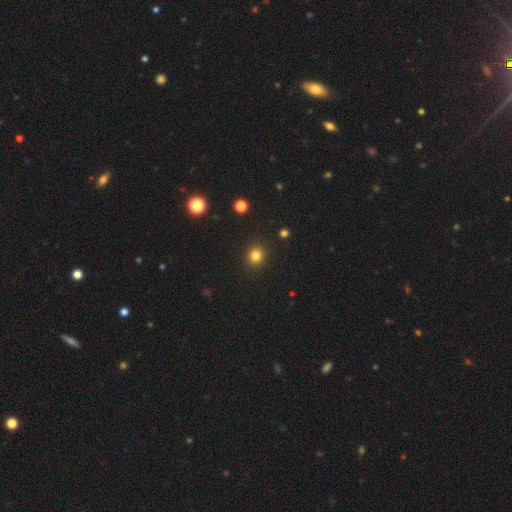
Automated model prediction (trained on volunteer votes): Smooth or featured?
  - smooth: 82% *
  - star or artifact: 13%
  - featured or disk: 5%
How rounded?
  - round: 87% *
  - in between: 12%
  - cigar-shaped: 1%
Merging?
  - none: 91% *
  - minor disturbance: 6%
  - major disturbance: 2%
  - merger: 1%